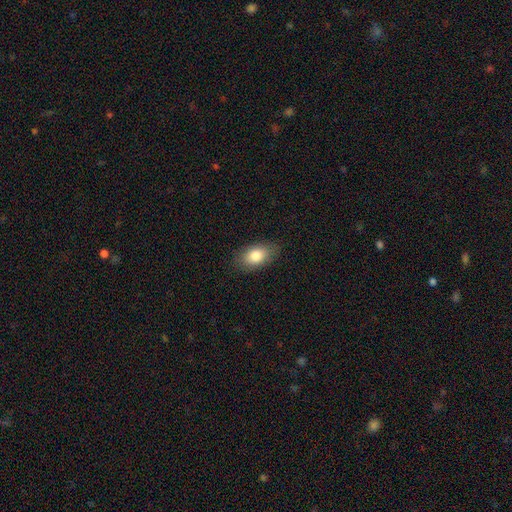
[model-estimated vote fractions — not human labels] smooth-or-featured: smooth: 82% | featured or disk: 11% | star or artifact: 8%
  how-rounded: in between: 90% | round: 7% | cigar-shaped: 3%
  merging: none: 85% | minor disturbance: 12% | major disturbance: 3% | merger: 1%